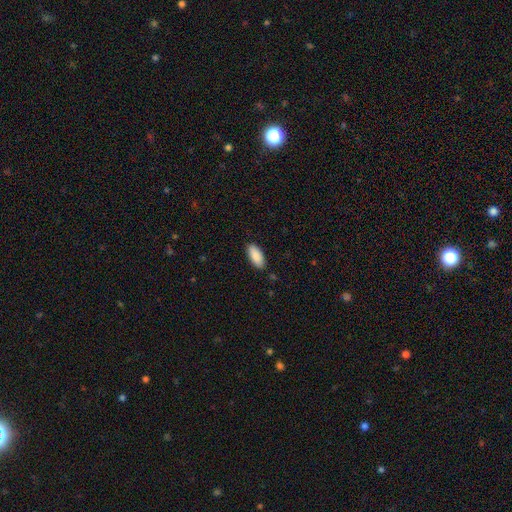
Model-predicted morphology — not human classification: smooth-or-featured: smooth: 90% | star or artifact: 6% | featured or disk: 4%
  how-rounded: in between: 89% | cigar-shaped: 10% | round: 2%
  merging: none: 88% | minor disturbance: 9% | major disturbance: 2% | merger: 1%